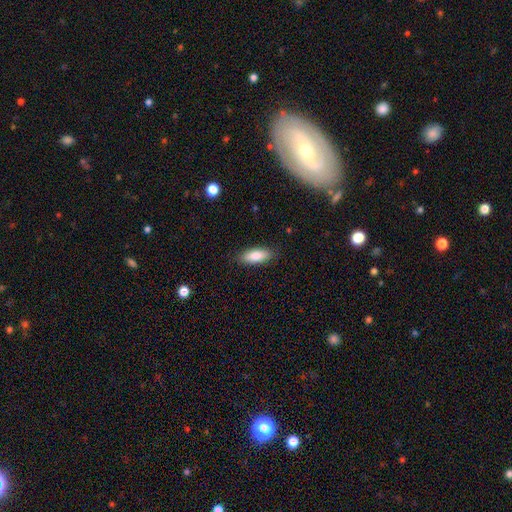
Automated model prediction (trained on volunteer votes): This appears to be a smooth galaxy with no disk features (84%) that is in between round and cigar-shaped (73%). Merging: none (87%).